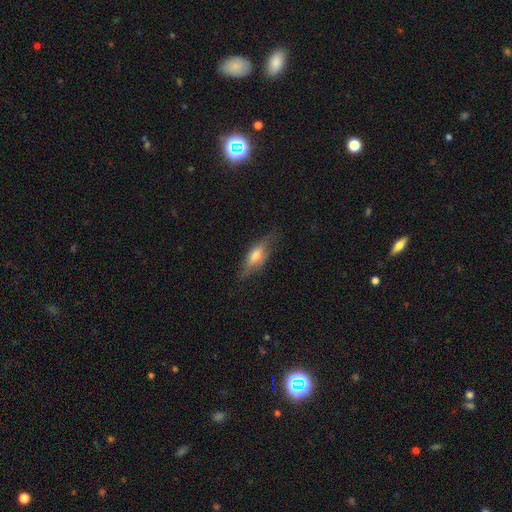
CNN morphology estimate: Smooth or featured: smooth — 48% (featured or disk — 45%)
Merging: none — 76% (minor disturbance — 18%)